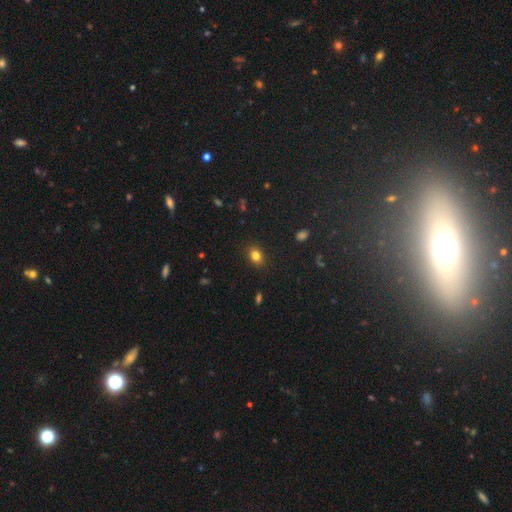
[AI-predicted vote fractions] This is clearly a smooth galaxy (81%). How rounded: possibly in between (55%). Merging: clearly none (88%).